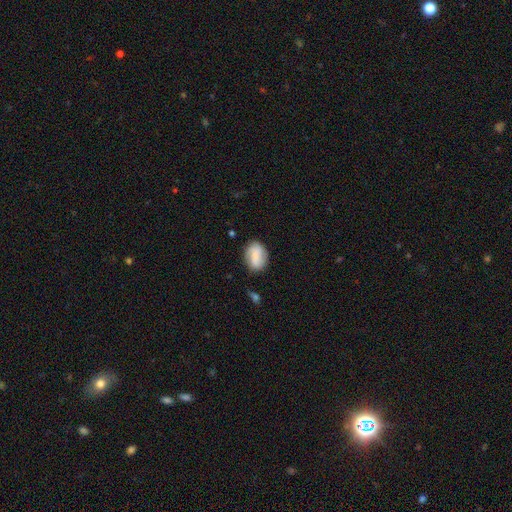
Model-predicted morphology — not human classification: The model was most divided on "smooth or featured": smooth: 62%, featured or disk: 31%, star or artifact: 8%. More confident: merging — none (74%); how rounded — in between (70%).